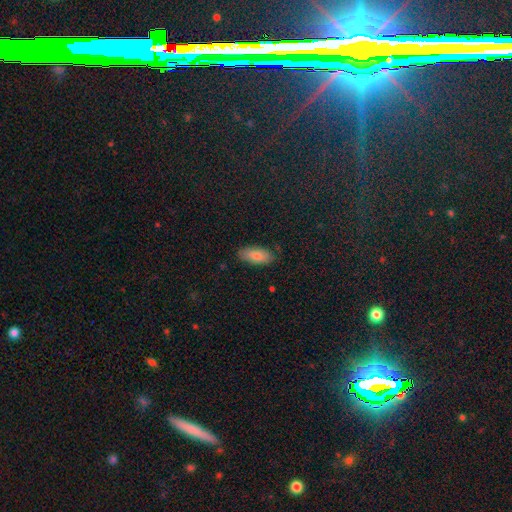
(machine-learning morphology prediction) Smooth or featured? Predicted: smooth (p=0.82). How rounded? Predicted: in between (p=0.87). Merging? Predicted: none (p=0.83).